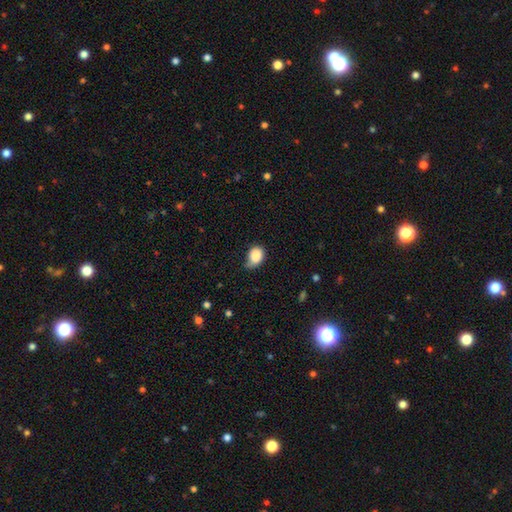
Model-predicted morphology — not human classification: smooth 85%, star or artifact 8%, featured or disk 7%. Down the decision tree: how rounded — in between (66%); merging — none (45%).